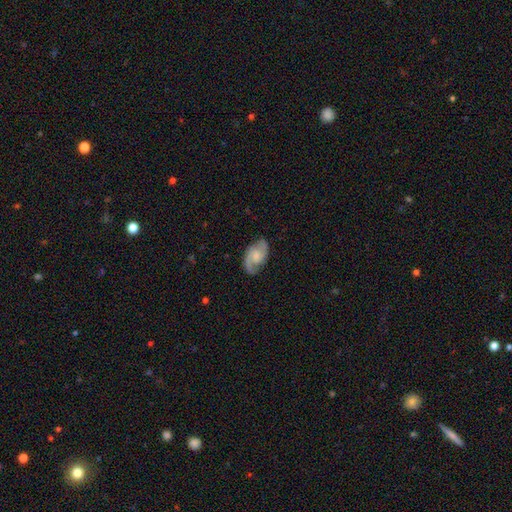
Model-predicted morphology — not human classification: Overall: featured or disk (81%). Edge-on disk: no (97%). Bar: no (55%; weak 39%). Spiral arms: yes (96%). Spiral arm count: 2 (89%). Spiral winding: medium (53%; tight 28%). Bulge size: small (40%; moderate 34%). Merging: none (79%).